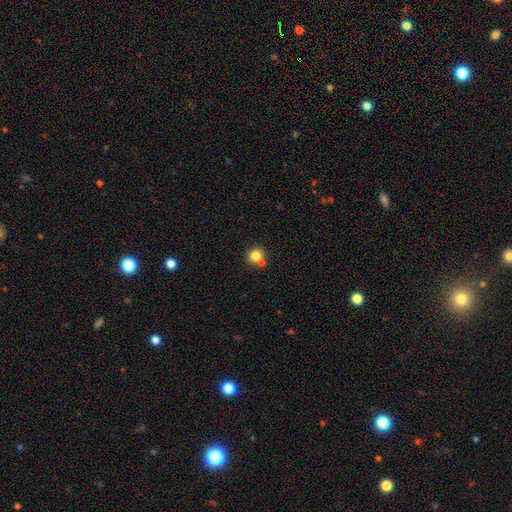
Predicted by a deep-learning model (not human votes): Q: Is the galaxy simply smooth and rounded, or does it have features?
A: smooth — 80%.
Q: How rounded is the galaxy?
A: round — 89%.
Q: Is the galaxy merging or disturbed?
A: none — 61%.